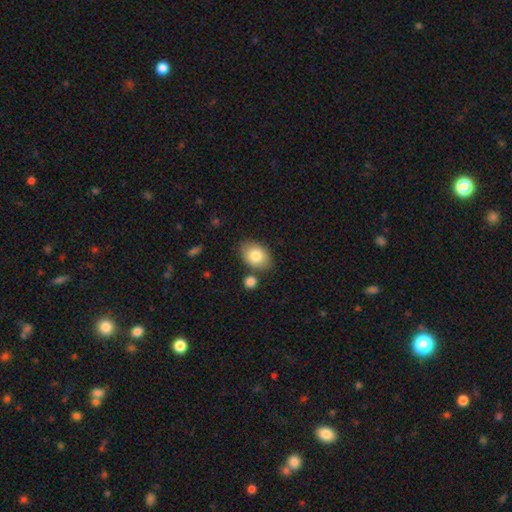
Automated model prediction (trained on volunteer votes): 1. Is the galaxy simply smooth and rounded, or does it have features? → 80% smooth, 13% featured or disk, 7% star or artifact.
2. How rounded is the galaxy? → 82% in between, 16% round, 1% cigar-shaped.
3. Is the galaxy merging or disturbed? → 76% none, 12% minor disturbance, 9% merger, 3% major disturbance.